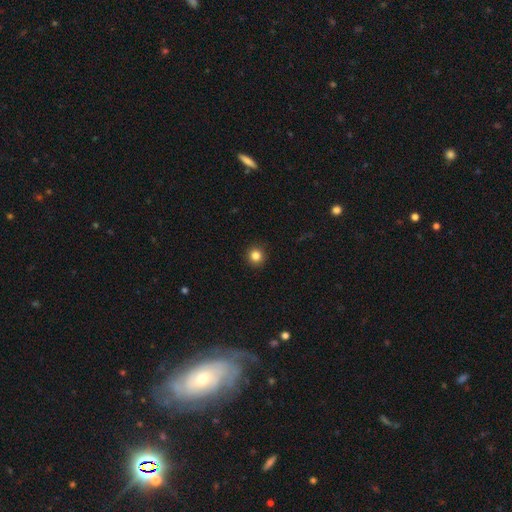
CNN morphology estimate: This is clearly a smooth galaxy (85%). How rounded: clearly round (94%). Merging: clearly none (92%).